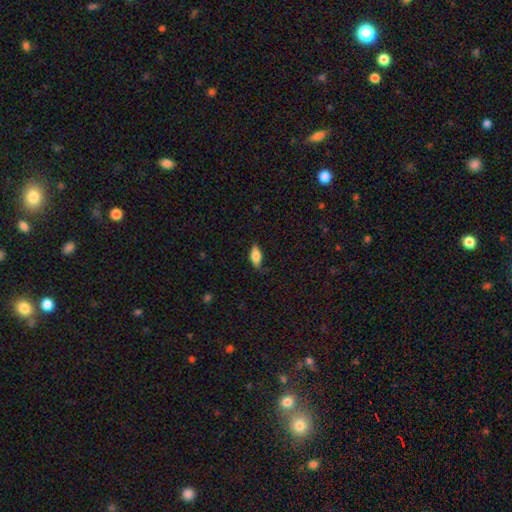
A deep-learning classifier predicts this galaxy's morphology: Smooth or featured? Predicted: smooth (p=0.71). How rounded? Predicted: in between (p=0.80). Merging? Predicted: none (p=0.78).